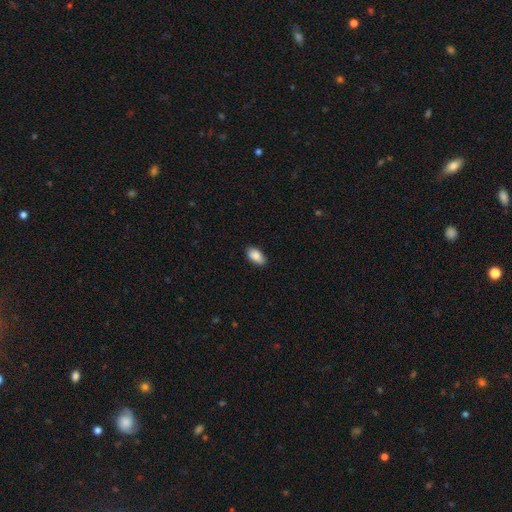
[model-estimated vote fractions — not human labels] A smooth galaxy with no disk features (87%) that is in between round and cigar-shaped (93%). Merging: none (82%).